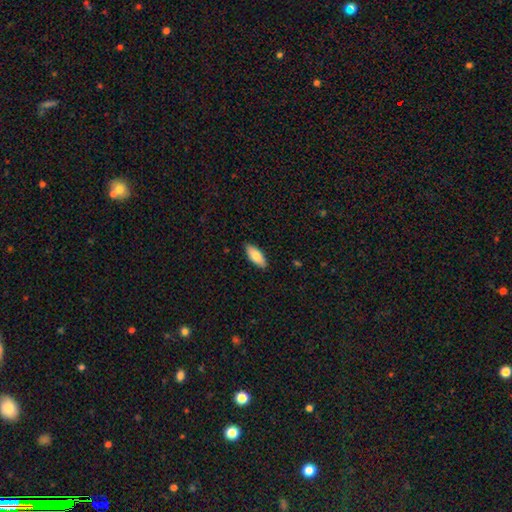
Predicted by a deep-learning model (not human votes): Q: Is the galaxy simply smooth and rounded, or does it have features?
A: smooth — 82%.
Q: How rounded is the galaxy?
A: in between — 80%.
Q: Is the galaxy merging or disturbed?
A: none — 89%.